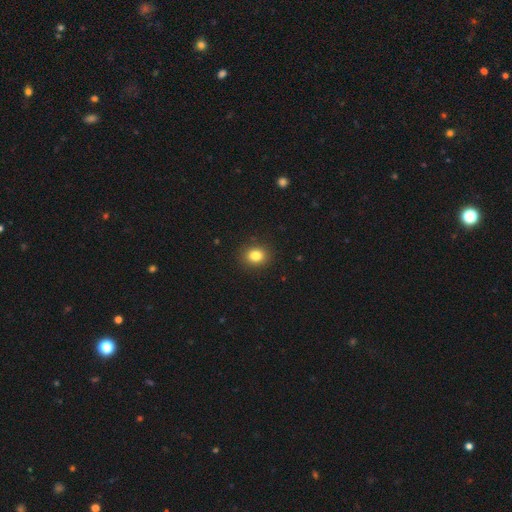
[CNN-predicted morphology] The model was most divided on "how rounded": round: 63%, in between: 36%, cigar-shaped: 1%. More confident: merging — none (90%); smooth or featured — smooth (83%).